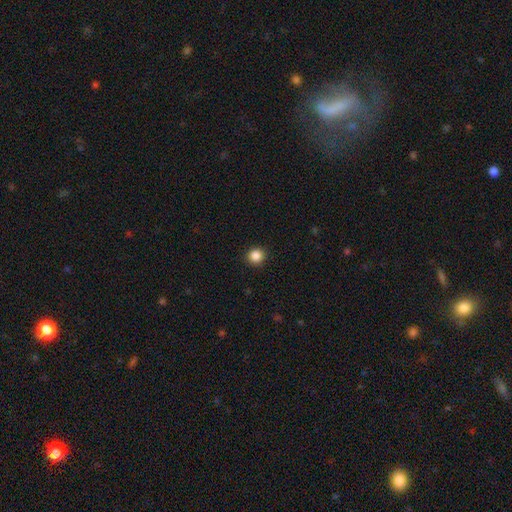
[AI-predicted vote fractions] Q: Smooth or featured?
A: smooth (86%); runner-up: star or artifact (10%)
Q: How rounded?
A: round (91%); runner-up: in between (8%)
Q: Merging?
A: none (92%); runner-up: minor disturbance (5%)